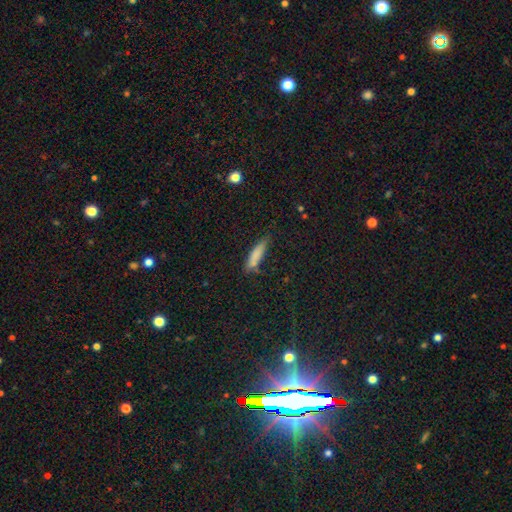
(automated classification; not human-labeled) Morphology: type=smooth (80%); roundness=cigar-shaped (73%); merging=none (70%).